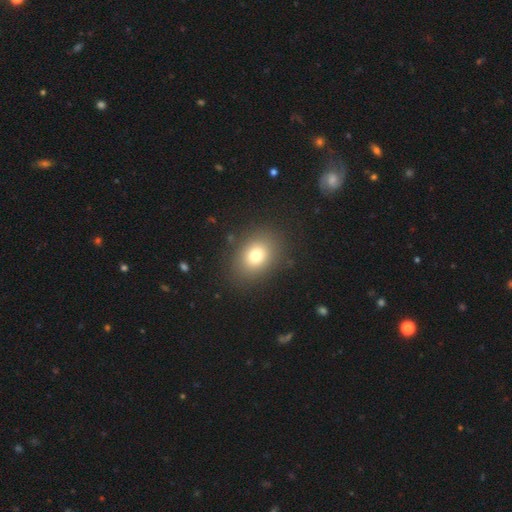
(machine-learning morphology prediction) This appears to be a smooth galaxy with no disk features (76%) that is in between round and cigar-shaped (57%). Merging: none (85%).